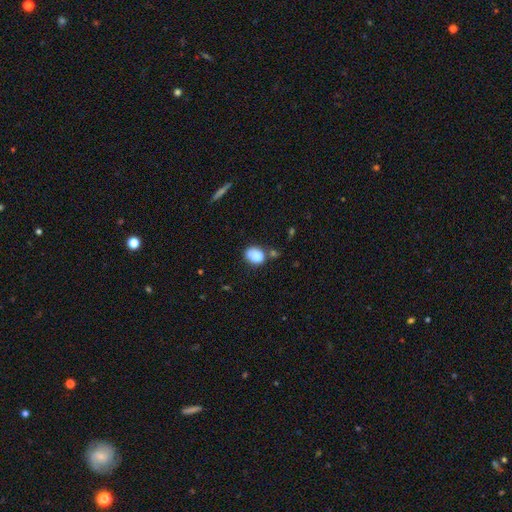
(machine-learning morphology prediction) A smooth galaxy with no disk features (86%) that is in between round and cigar-shaped (64%). Merging: none (57%).